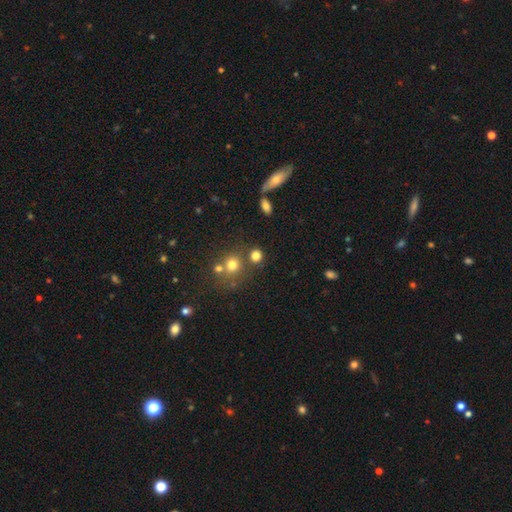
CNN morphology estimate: A smooth galaxy with no disk features (77%) that is round (84%). Merging: none (69%).